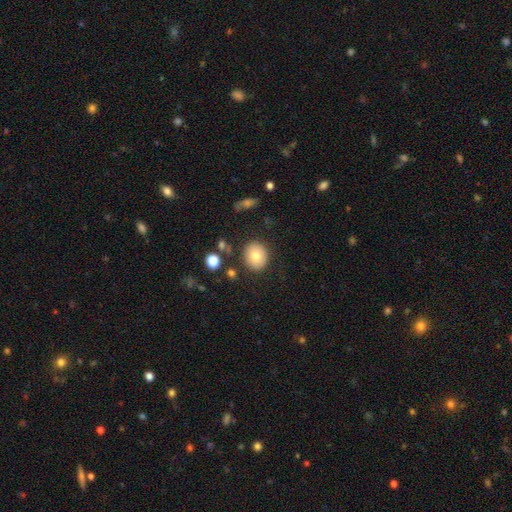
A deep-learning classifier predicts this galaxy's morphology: smooth 76%, featured or disk 15%, star or artifact 9%. Down the decision tree: how rounded — round (77%); merging — none (86%).